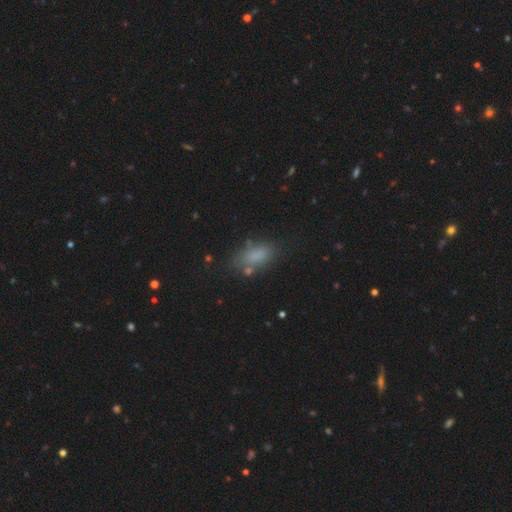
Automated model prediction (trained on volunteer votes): Smooth or featured?
  - smooth: 78% *
  - star or artifact: 11%
  - featured or disk: 10%
How rounded?
  - in between: 84% *
  - cigar-shaped: 12%
  - round: 4%
Merging?
  - none: 67% *
  - minor disturbance: 20%
  - major disturbance: 7%
  - merger: 6%